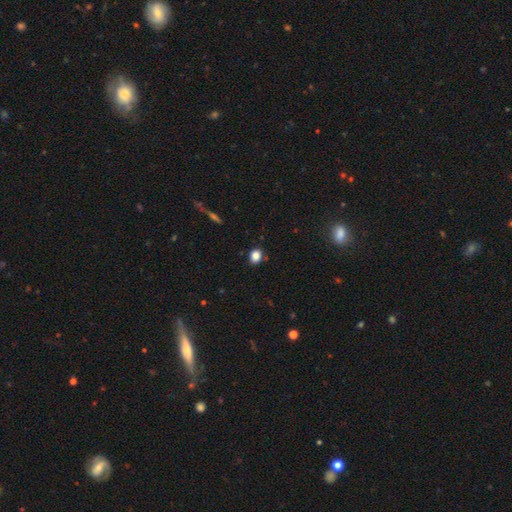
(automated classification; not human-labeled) This is clearly a smooth galaxy (84%). How rounded: possibly round (52%). Merging: clearly none (84%).